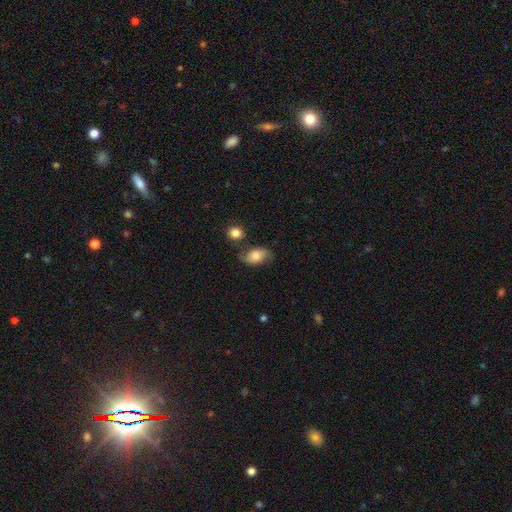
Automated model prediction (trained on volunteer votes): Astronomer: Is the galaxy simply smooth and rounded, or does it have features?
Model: smooth — 64%.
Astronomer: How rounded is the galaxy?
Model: in between — 86%.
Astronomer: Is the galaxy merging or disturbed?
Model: none — 62%.